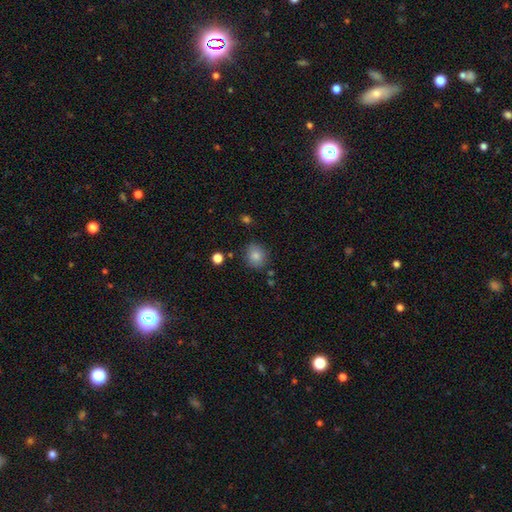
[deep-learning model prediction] smooth 83%, star or artifact 10%, featured or disk 7%. Down the decision tree: how rounded — round (77%); merging — none (83%).